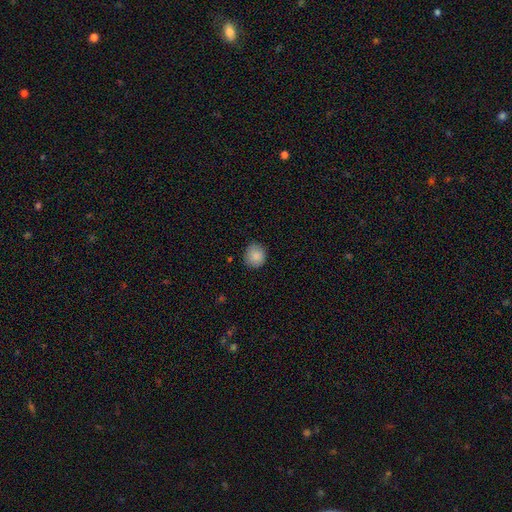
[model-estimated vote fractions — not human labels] Smooth or featured? smooth (88%)
How rounded? round (88%)
Merging? none (85%)